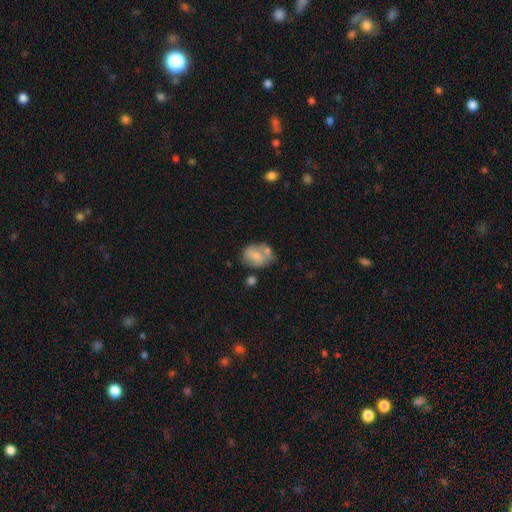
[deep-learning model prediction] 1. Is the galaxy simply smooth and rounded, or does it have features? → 66% smooth, 26% featured or disk, 8% star or artifact.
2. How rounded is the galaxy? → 65% in between, 34% round, 1% cigar-shaped.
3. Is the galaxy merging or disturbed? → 40% none, 28% merger, 23% minor disturbance, 8% major disturbance.